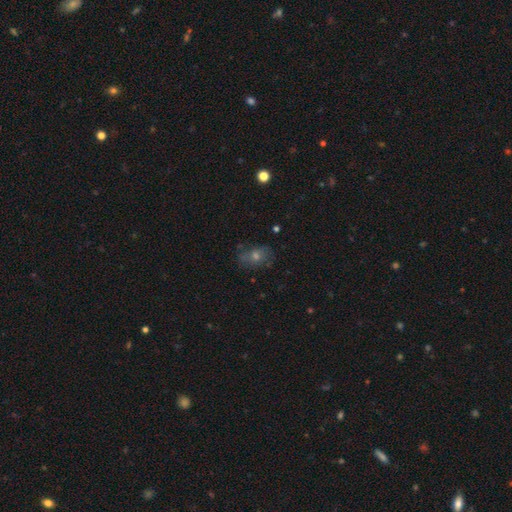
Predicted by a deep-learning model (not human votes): This appears to be a smooth galaxy with no disk features (40%). Merging: none (70%).